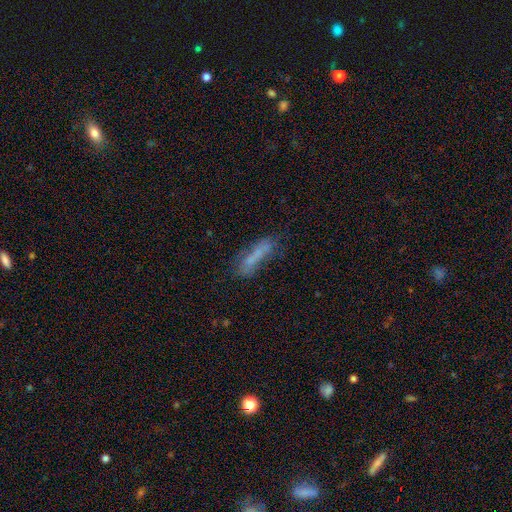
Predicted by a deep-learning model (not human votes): Smooth or featured? Predicted: smooth (p=0.57). How rounded? Predicted: cigar-shaped (p=0.71). Merging? Predicted: none (p=0.51).